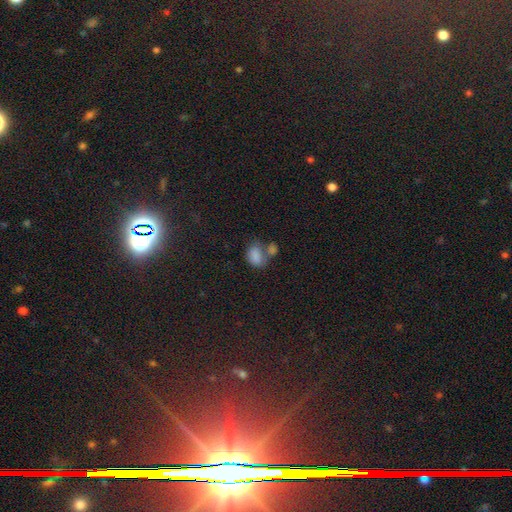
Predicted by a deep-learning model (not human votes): This appears to be a smooth galaxy with no disk features (78%) that is in between round and cigar-shaped (74%). Merging: merger (48%).